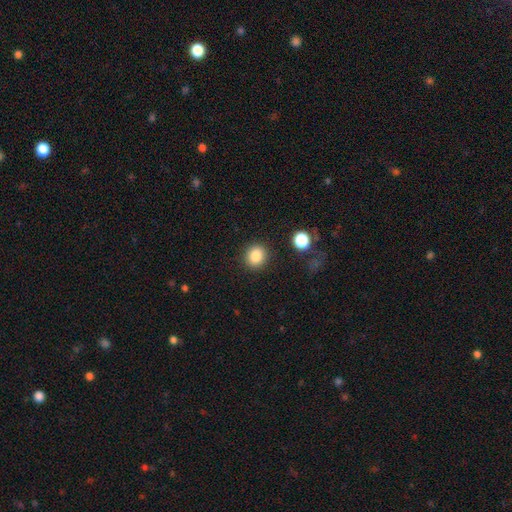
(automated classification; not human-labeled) This appears to be a smooth galaxy with no disk features (85%) that is round (82%). Merging: none (89%).